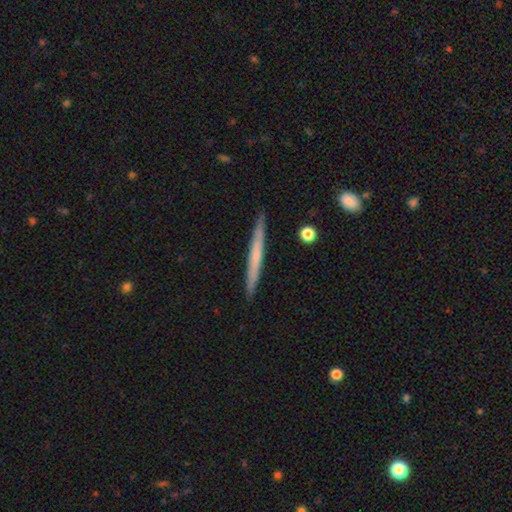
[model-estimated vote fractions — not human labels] smooth-or-featured: smooth: 47% (tied) | featured or disk: 47% (tied) | star or artifact: 6%
  merging: none: 91% | minor disturbance: 7% | merger: 1% | major disturbance: 1%